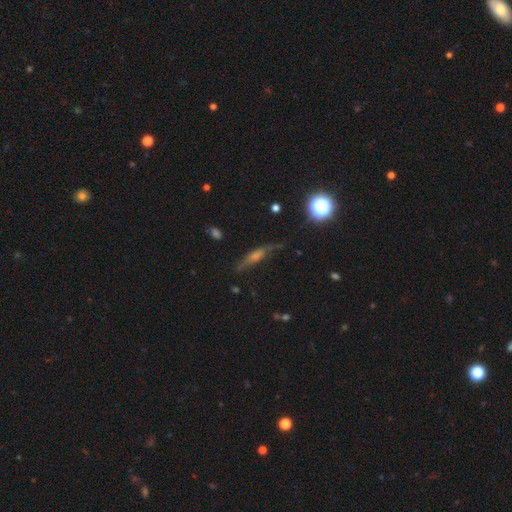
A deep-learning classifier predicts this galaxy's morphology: smooth_or_featured: featured or disk (p=0.54) [alt: smooth p=0.29]
disk_edge_on: yes (p=0.85) [alt: no p=0.15]
merging: none (p=0.73) [alt: minor disturbance p=0.18]